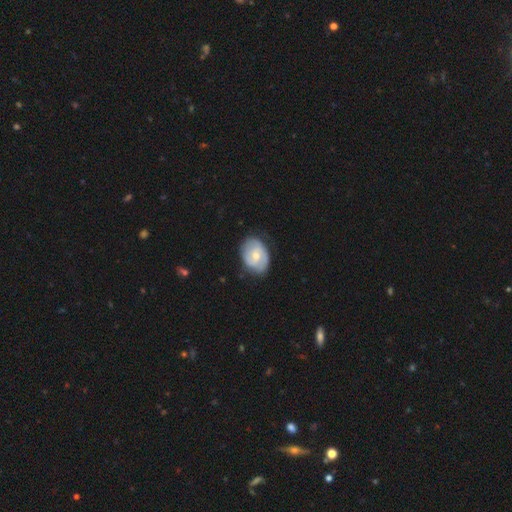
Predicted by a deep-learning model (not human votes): This is likely a featured or disk galaxy (64%). It is clearly not viewed edge-on (97%). Bar: possibly no (47%). Spiral arm pattern: clearly yes (82%). Spiral arm count: likely 2 (63%). Spiral winding: possibly tight (45%). Central bulge: possibly moderate (51%). Merging: likely none (72%).